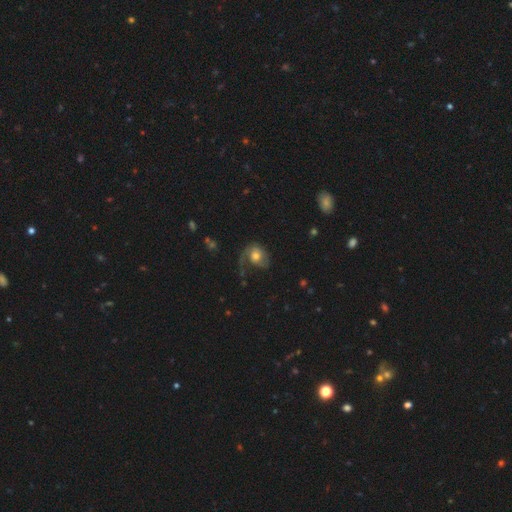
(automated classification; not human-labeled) Smooth or featured? Predicted: featured or disk (p=0.55). Edge-on disk? Predicted: no (p=0.97). Bar? Predicted: no (p=0.77). Spiral arms? Predicted: yes (p=0.80). Bulge size? Predicted: moderate (p=0.64). Merging? Predicted: major disturbance (p=0.42).